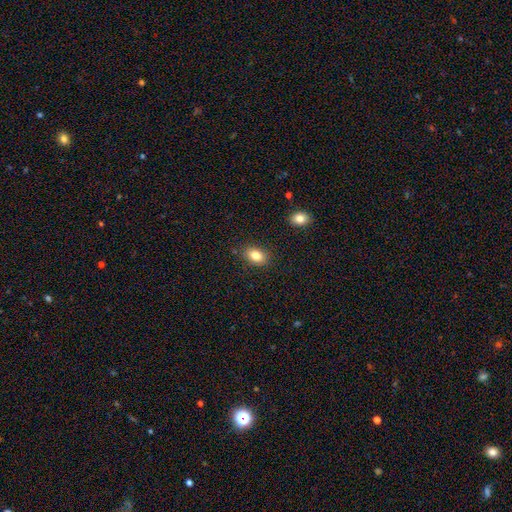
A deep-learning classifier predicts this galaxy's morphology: type=smooth (82%); roundness=in between (84%); merging=none (85%).